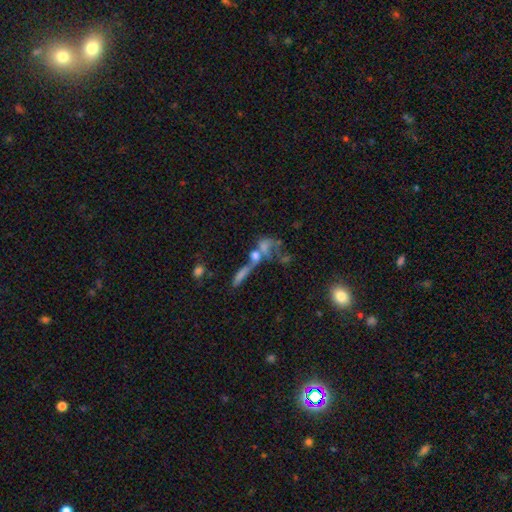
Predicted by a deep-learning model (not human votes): smooth 47%, featured or disk 38%, star or artifact 15%. Down the decision tree: merging — merger (59%).